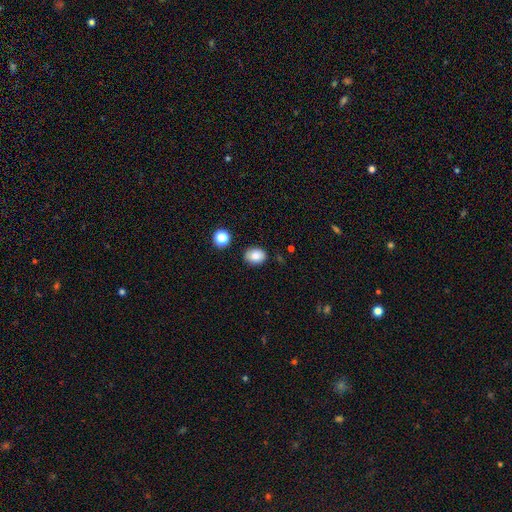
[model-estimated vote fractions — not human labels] The model was most divided on "how rounded": in between: 63%, round: 36%, cigar-shaped: 1%. More confident: smooth or featured — smooth (84%); merging — none (82%).